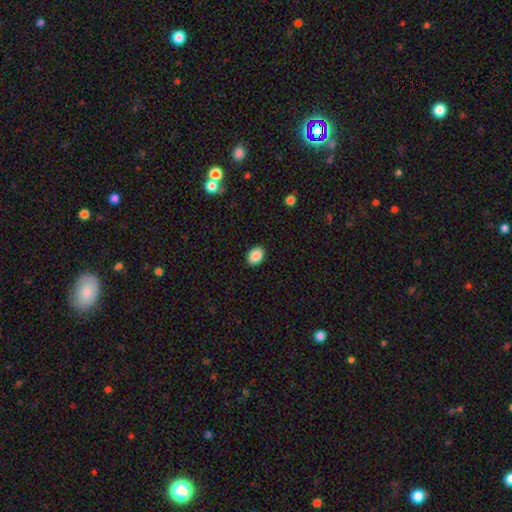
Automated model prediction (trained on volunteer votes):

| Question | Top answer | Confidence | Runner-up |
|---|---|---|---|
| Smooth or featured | smooth | 89% | star or artifact (8%) |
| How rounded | in between | 83% | round (16%) |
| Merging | none | 90% | minor disturbance (7%) |